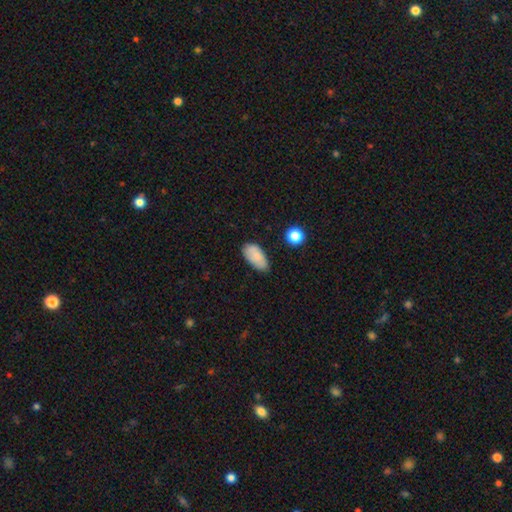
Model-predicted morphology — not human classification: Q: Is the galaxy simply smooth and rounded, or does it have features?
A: smooth — 84%.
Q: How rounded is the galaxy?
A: in between — 93%.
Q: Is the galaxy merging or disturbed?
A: none — 68%.